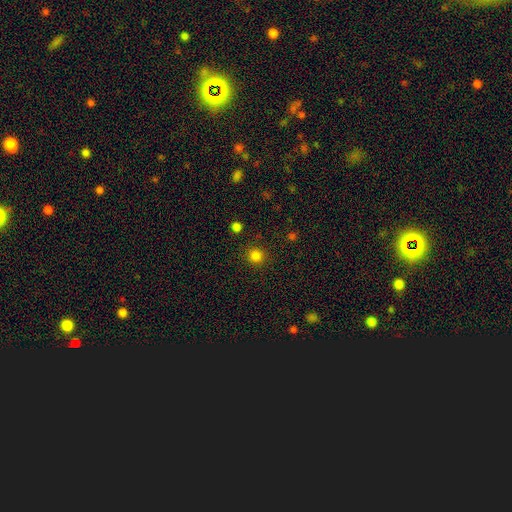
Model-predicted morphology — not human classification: A smooth galaxy with no disk features (82%) that is round (94%). Merging: none (90%).